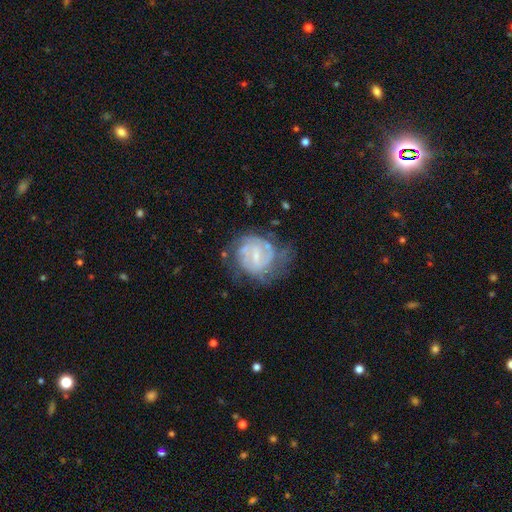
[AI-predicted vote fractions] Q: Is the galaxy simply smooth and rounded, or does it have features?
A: featured or disk — 74%.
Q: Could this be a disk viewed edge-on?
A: no — 98%.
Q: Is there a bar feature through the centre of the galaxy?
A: weak — 58%.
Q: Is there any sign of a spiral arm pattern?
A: yes — 79%.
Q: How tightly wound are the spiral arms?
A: tight — 54%.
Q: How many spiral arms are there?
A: can't tell — 46%.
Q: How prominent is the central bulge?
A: small — 61%.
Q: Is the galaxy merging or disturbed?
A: none — 48%.